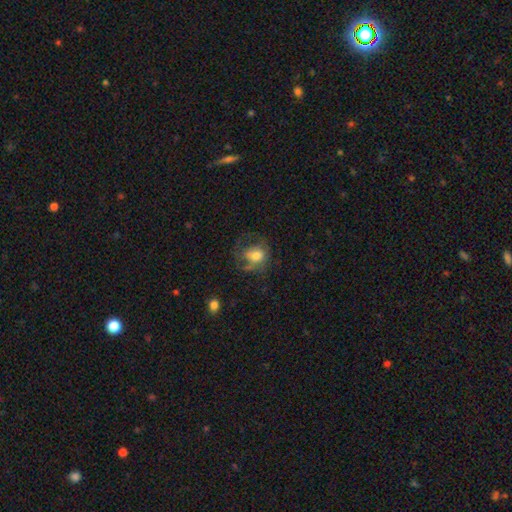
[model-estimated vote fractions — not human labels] This appears to be a smooth galaxy with no disk features (55%) that is round (57%). Merging: none (42%).